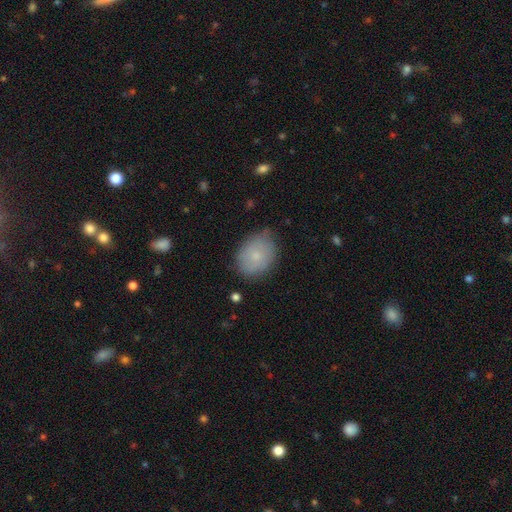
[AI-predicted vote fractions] This appears to be a smooth galaxy with no disk features (78%) that is in between round and cigar-shaped (66%). Merging: none (74%).